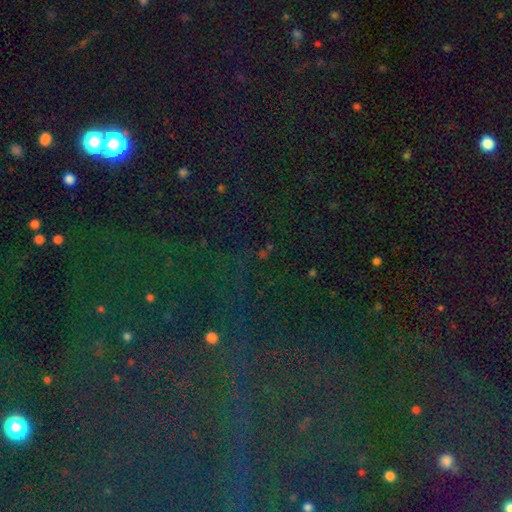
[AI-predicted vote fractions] Smooth or featured? Predicted: star or artifact (p=0.83).